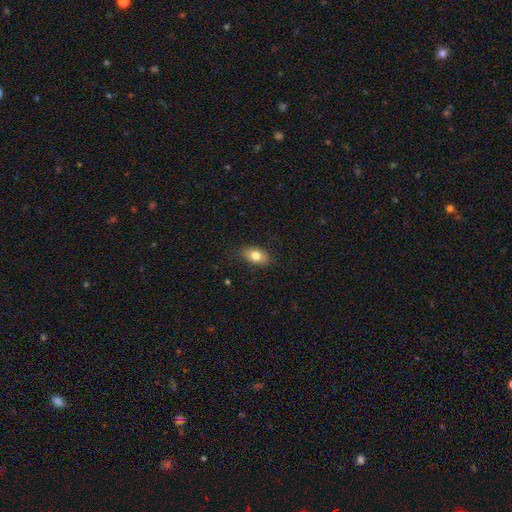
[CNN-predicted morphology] A smooth galaxy with no disk features (79%) that is in between round and cigar-shaped (88%).

Vote fractions:
- Smooth or featured? smooth: 79% / featured or disk: 13% / star or artifact: 8%
- How rounded? in between: 88% / round: 9% / cigar-shaped: 3%
- Merging? none: 84% / minor disturbance: 12% / major disturbance: 3% / merger: 1%